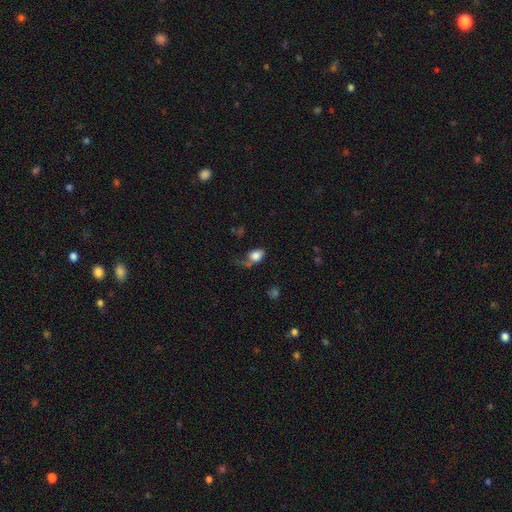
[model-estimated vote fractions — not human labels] Morphology: type=smooth (77%); roundness=in between (71%); merging=major disturbance (36%).